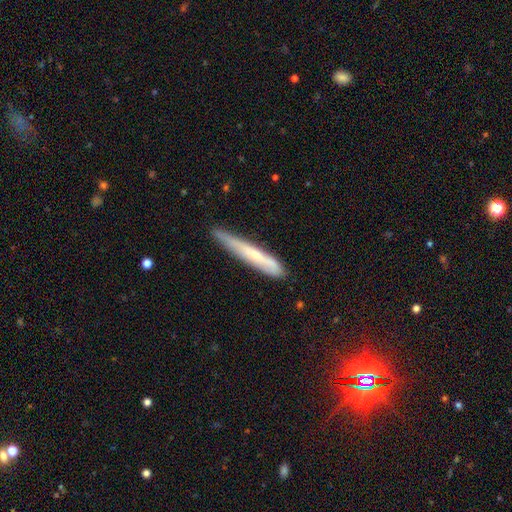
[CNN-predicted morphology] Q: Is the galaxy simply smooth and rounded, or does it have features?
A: featured or disk — 49%.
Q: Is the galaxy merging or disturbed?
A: none — 66%.